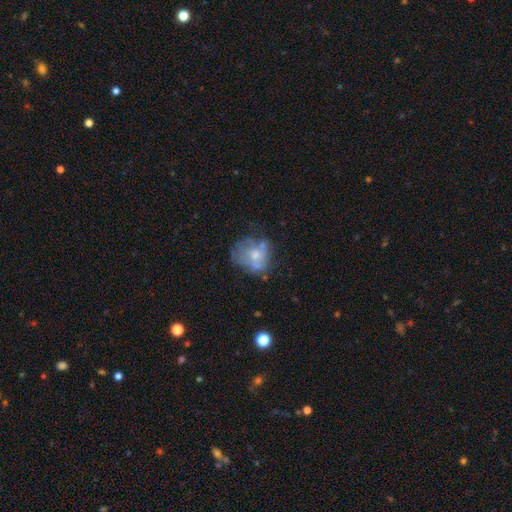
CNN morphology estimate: A featured or disk galaxy (48%).

Vote fractions:
- Smooth or featured? featured or disk: 48% / smooth: 42% / star or artifact: 10%
- Merging? none: 41% / minor disturbance: 25% / major disturbance: 24% / merger: 10%